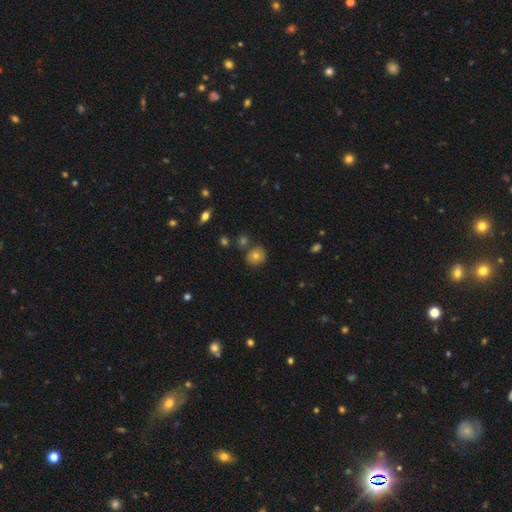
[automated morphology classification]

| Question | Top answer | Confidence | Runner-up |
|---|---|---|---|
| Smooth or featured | smooth | 76% | star or artifact (12%) |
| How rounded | round | 84% | in between (15%) |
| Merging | none | 78% | minor disturbance (10%) |